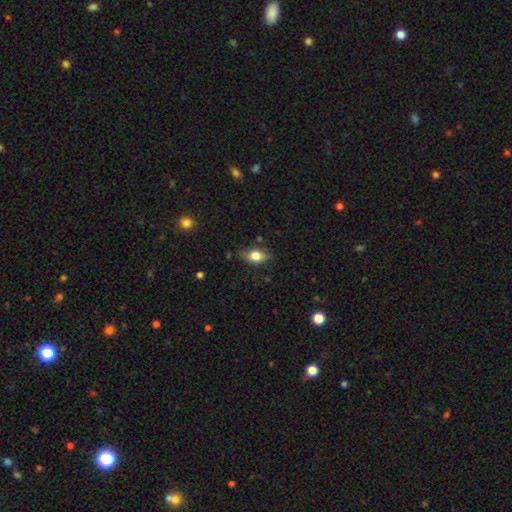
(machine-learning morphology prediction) Smooth or featured: smooth — 73% (featured or disk — 18%)
How rounded: in between — 78% (round — 17%)
Merging: none — 75% (minor disturbance — 19%)